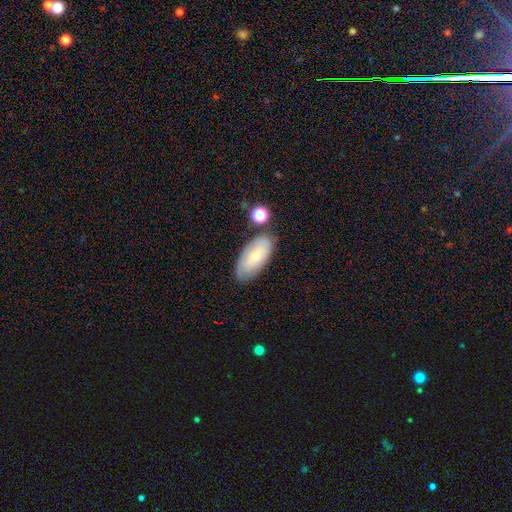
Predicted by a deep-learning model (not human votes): Smooth or featured: smooth — 71% (featured or disk — 22%)
How rounded: in between — 90% (cigar-shaped — 7%)
Merging: none — 75% (minor disturbance — 16%)